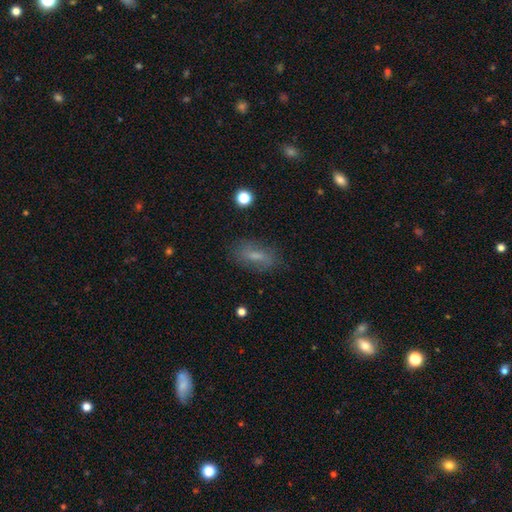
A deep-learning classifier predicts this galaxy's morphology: smooth 61%, featured or disk 28%, star or artifact 11%. Down the decision tree: how rounded — in between (77%); merging — none (76%).